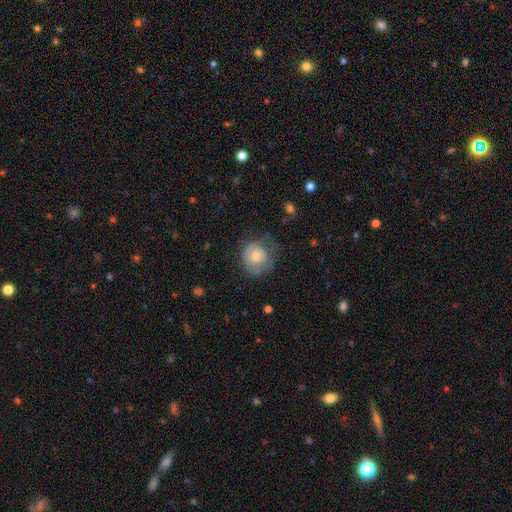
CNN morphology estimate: This appears to be a smooth galaxy with no disk features (62%) that is round (79%). Merging: none (48%).